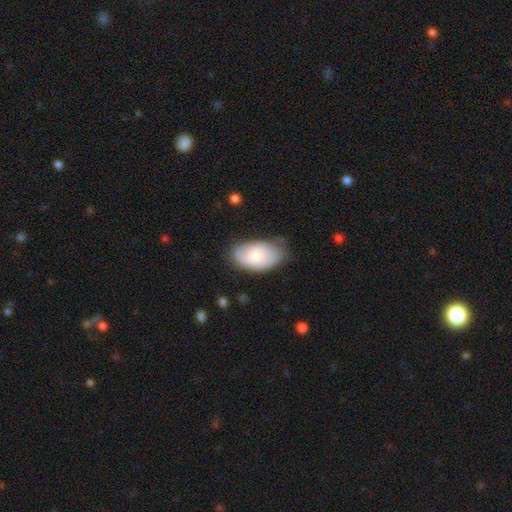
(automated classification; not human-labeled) A smooth galaxy with no disk features (75%) that is in between round and cigar-shaped (94%).

Vote fractions:
- Smooth or featured? smooth: 75% / featured or disk: 19% / star or artifact: 6%
- How rounded? in between: 94% / round: 5% / cigar-shaped: 1%
- Merging? none: 59% / minor disturbance: 31% / major disturbance: 8% / merger: 2%